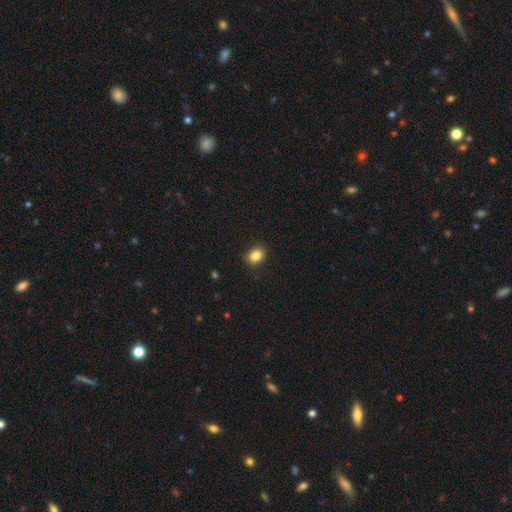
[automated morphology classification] smooth 85%, star or artifact 10%, featured or disk 5%. Down the decision tree: how rounded — in between (55%); merging — none (89%).